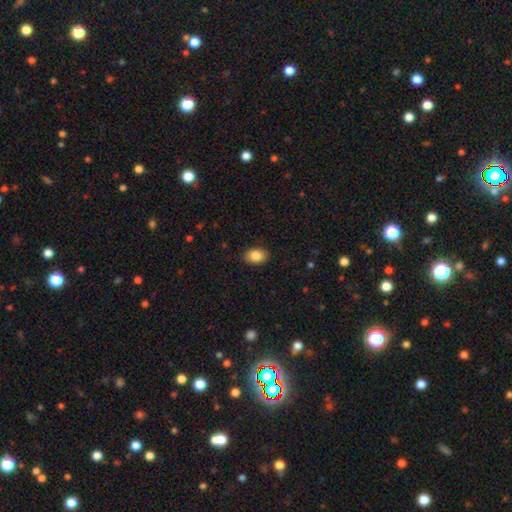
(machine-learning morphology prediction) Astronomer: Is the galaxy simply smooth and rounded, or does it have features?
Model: smooth — 85%.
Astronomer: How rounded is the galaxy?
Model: in between — 83%.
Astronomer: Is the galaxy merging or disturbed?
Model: none — 89%.